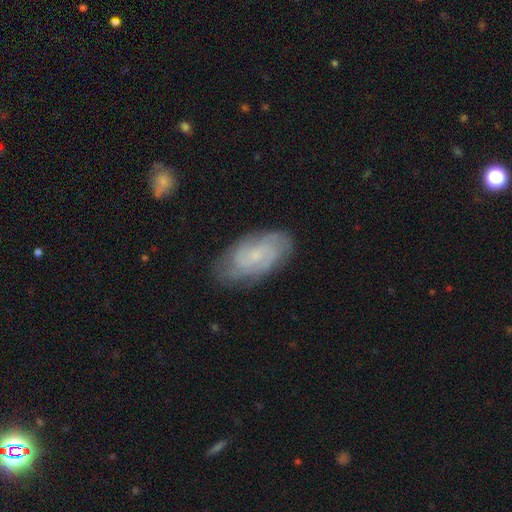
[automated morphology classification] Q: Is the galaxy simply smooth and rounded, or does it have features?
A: featured or disk — 70%.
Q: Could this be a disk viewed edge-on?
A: no — 95%.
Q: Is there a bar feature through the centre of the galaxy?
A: no — 62%.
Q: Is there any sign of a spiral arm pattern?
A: yes — 93%.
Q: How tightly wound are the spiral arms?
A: tight — 57%.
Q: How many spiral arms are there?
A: can't tell — 37%.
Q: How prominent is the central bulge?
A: small — 66%.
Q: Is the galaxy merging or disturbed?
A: none — 77%.